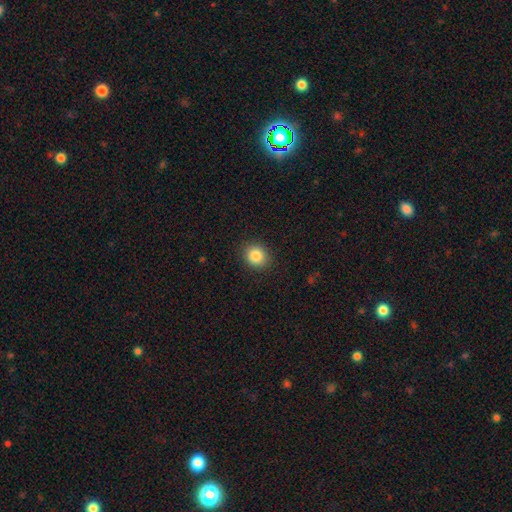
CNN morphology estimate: This is clearly a smooth galaxy (85%). How rounded: likely round (77%). Merging: clearly none (90%).